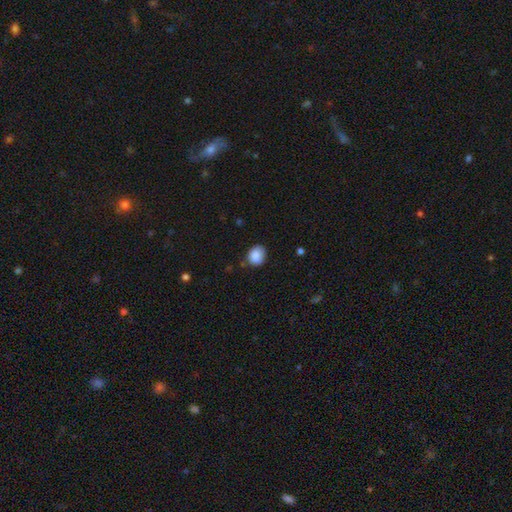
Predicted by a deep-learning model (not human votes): Smooth or featured? Predicted: smooth (p=0.87). How rounded? Predicted: round (p=0.56). Merging? Predicted: none (p=0.69).